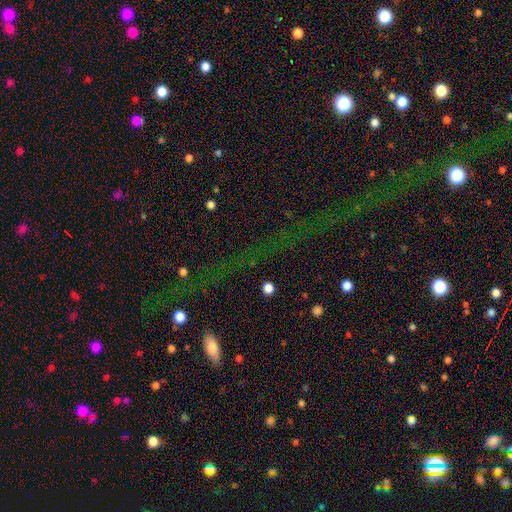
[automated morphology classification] The model was most divided on "smooth or featured": star or artifact: 68%, smooth: 21%, featured or disk: 11%.